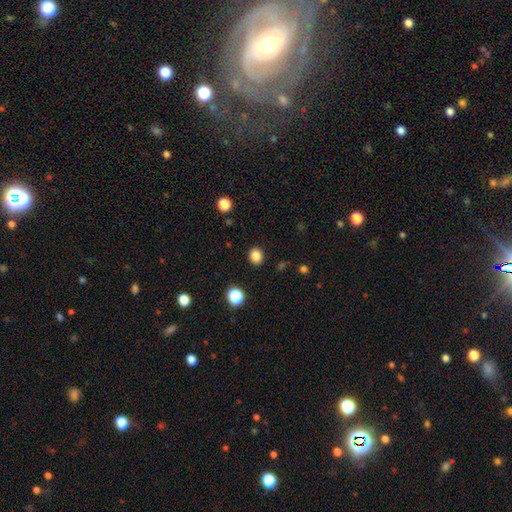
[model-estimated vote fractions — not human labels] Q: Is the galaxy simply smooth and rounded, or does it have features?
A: smooth — 84%.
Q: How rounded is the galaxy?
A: round — 76%.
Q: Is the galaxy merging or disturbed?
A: none — 90%.